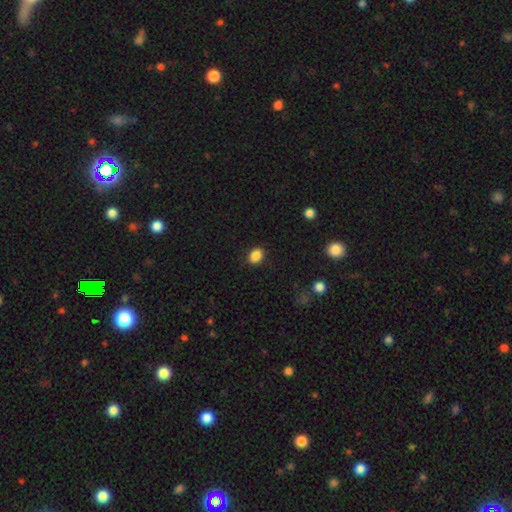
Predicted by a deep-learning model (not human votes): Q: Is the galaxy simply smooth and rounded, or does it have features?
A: smooth — 88%.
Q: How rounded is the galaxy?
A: in between — 63%.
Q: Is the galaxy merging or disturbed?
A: none — 87%.